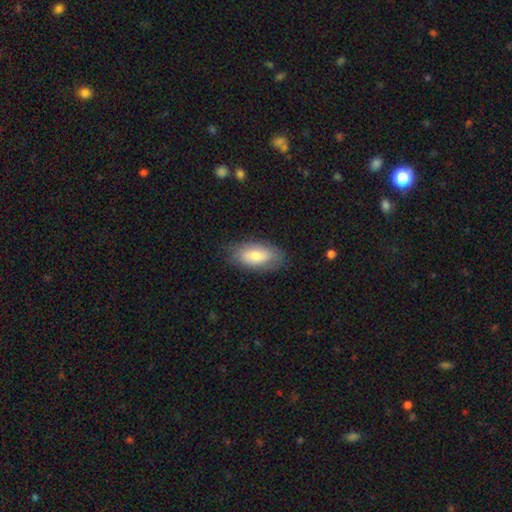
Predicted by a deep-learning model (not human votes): Overall: smooth (75%). How rounded: in between (91%). Merging: none (79%).